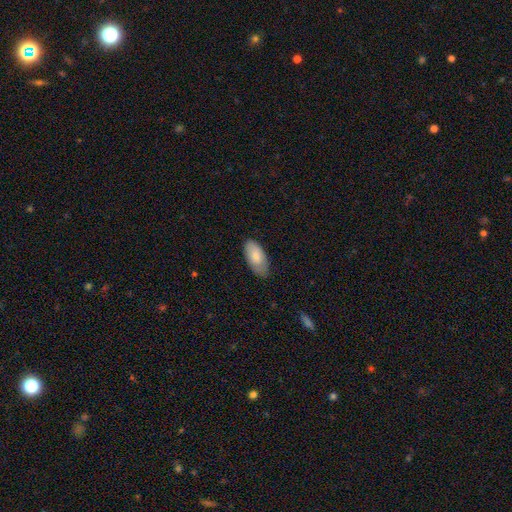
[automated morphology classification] Smooth or featured?
  - smooth: 82% *
  - featured or disk: 12%
  - star or artifact: 6%
How rounded?
  - in between: 94% *
  - cigar-shaped: 4%
  - round: 2%
Merging?
  - none: 74% *
  - minor disturbance: 21%
  - major disturbance: 4%
  - merger: 1%